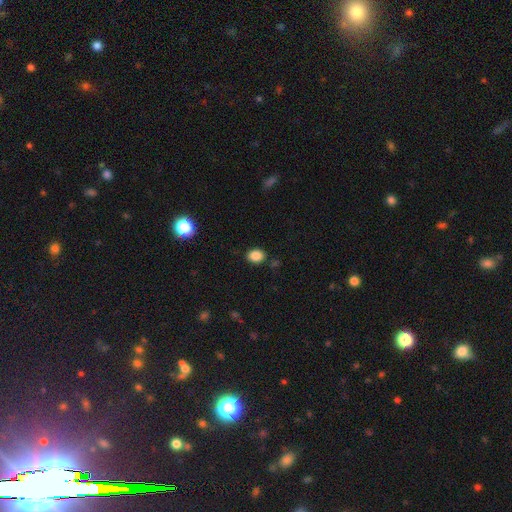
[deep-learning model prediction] This appears to be a smooth galaxy with no disk features (86%) that is in between round and cigar-shaped (57%). Merging: none (86%).